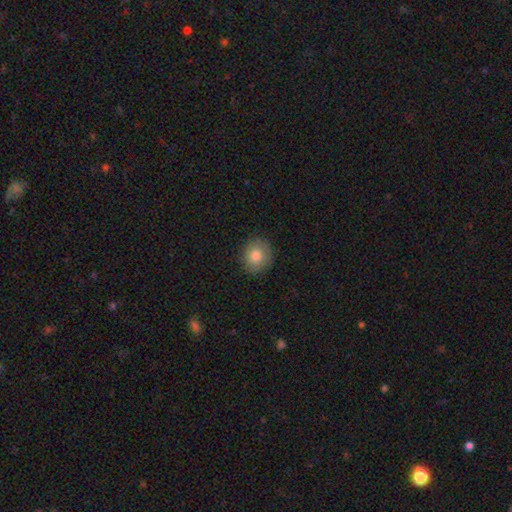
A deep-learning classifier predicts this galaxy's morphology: Overall: smooth (83%). How rounded: round (83%). Merging: none (88%).